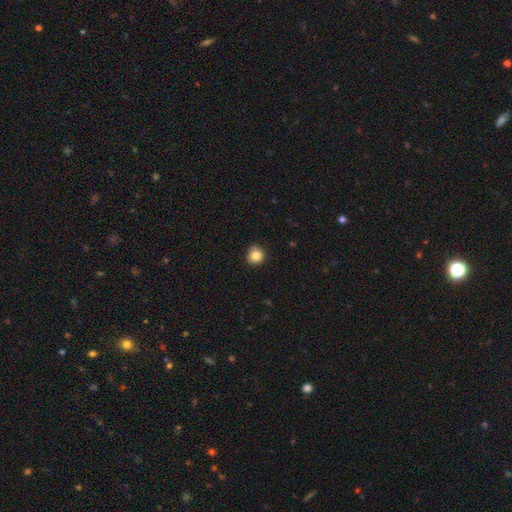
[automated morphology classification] A smooth galaxy with no disk features (83%) that is round (92%). Merging: none (82%).